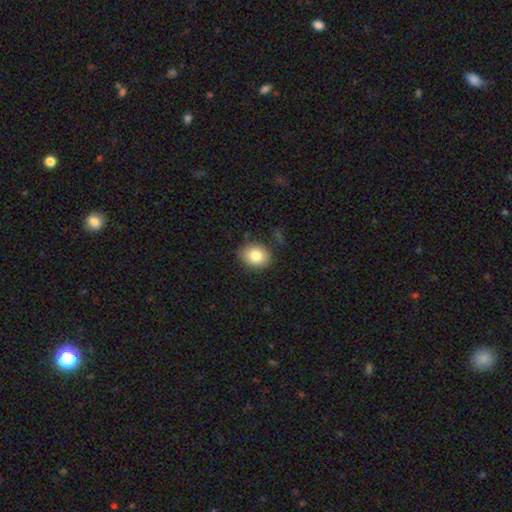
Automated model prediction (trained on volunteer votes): Smooth or featured? Predicted: smooth (p=0.82). How rounded? Predicted: round (p=0.54). Merging? Predicted: none (p=0.81).